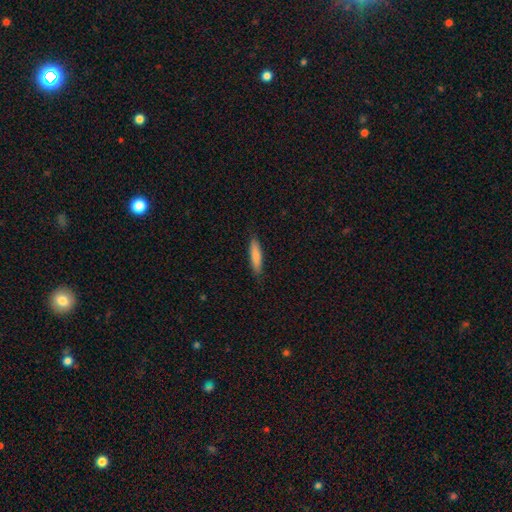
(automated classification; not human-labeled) This is clearly a smooth galaxy (82%). How rounded: clearly cigar-shaped (80%). Merging: clearly none (88%).